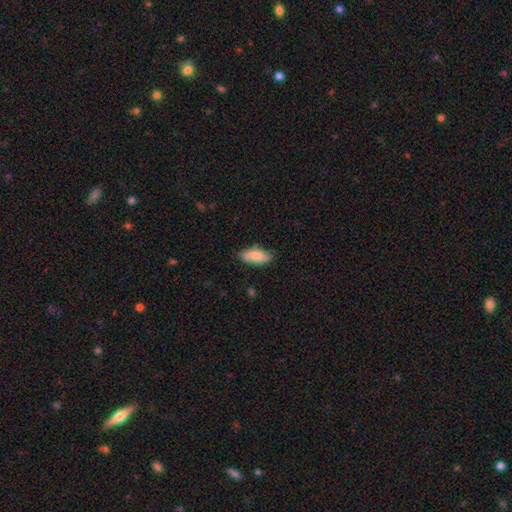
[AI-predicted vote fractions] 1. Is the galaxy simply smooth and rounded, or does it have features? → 78% smooth, 16% featured or disk, 6% star or artifact.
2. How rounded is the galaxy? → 87% in between, 10% cigar-shaped, 3% round.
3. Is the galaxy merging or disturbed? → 77% none, 19% minor disturbance, 3% major disturbance, 1% merger.